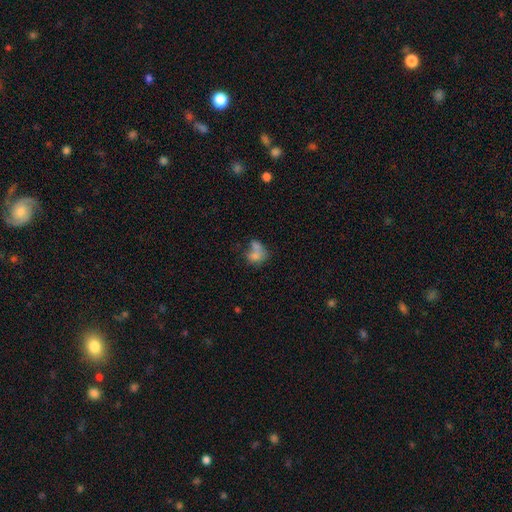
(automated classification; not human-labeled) smooth 72%, featured or disk 16%, star or artifact 11%. Down the decision tree: how rounded — in between (59%); merging — merger (51%).